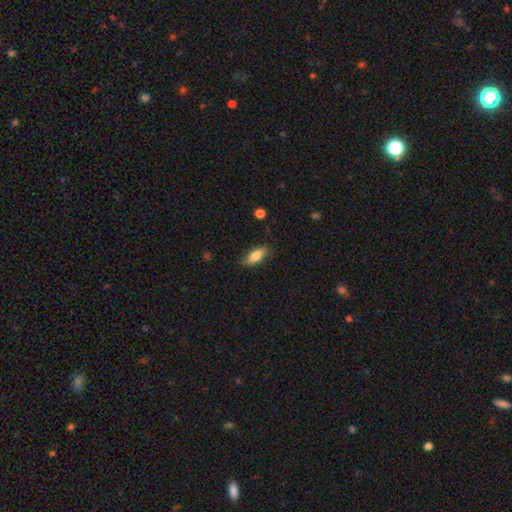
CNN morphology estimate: Smooth or featured? smooth (82%)
How rounded? in between (81%)
Merging? none (80%)